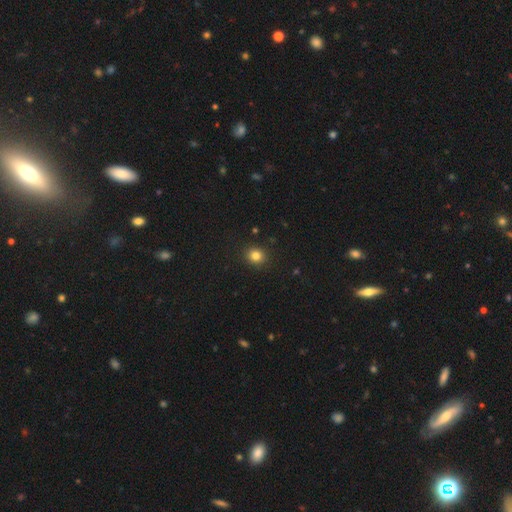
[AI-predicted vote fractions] This is clearly a smooth galaxy (83%). How rounded: clearly round (81%). Merging: clearly none (91%).